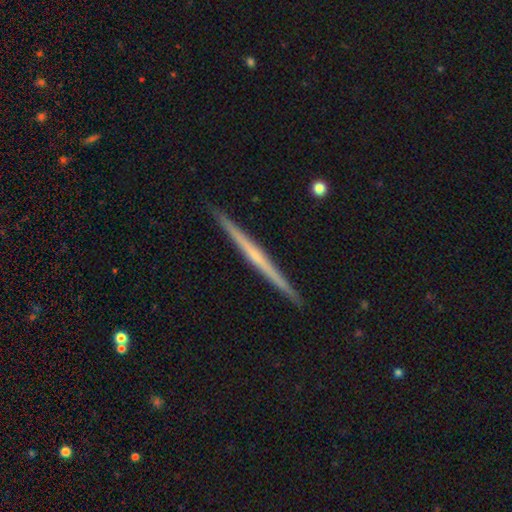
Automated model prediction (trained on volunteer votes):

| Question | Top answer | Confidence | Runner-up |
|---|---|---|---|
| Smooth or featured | featured or disk | 69% | smooth (25%) |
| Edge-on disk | yes | 98% | no (2%) |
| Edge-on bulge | none | 72% | rounded (22%) |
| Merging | none | 93% | minor disturbance (5%) |